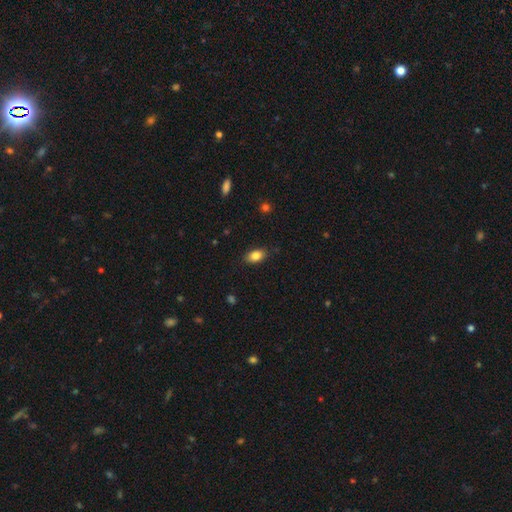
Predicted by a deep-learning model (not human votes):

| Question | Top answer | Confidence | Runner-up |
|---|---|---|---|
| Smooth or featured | smooth | 84% | star or artifact (9%) |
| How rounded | in between | 89% | round (9%) |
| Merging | none | 85% | minor disturbance (11%) |